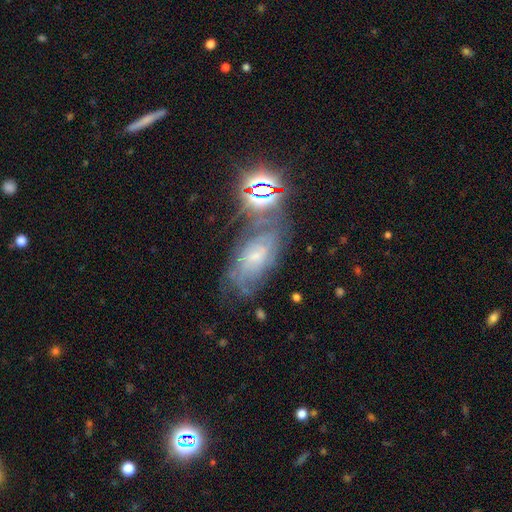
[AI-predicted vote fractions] This is possibly a featured or disk galaxy (59%). It is clearly not viewed edge-on (92%). Bar: possibly no (55%). Spiral arm pattern: clearly yes (85%). Central bulge: likely small (64%). Merging: possibly none (58%).